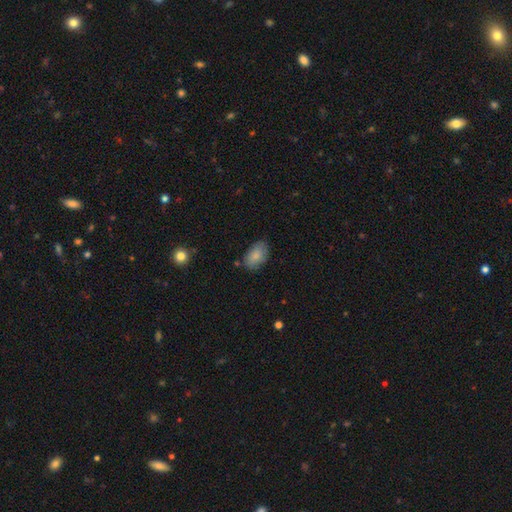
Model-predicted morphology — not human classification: Smooth or featured?
  - smooth: 83% *
  - featured or disk: 10%
  - star or artifact: 7%
How rounded?
  - in between: 92% *
  - round: 7%
  - cigar-shaped: 1%
Merging?
  - none: 77% *
  - minor disturbance: 17%
  - major disturbance: 3%
  - merger: 2%